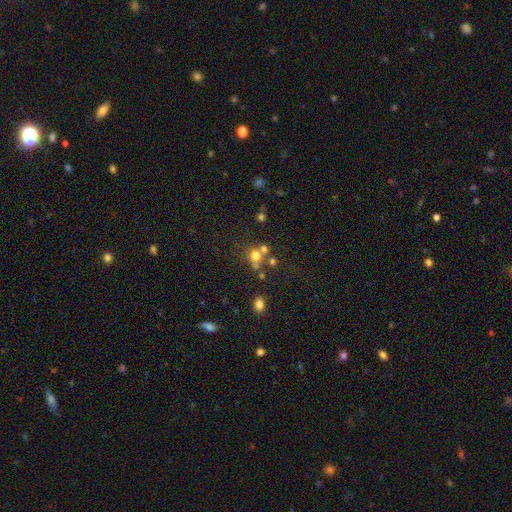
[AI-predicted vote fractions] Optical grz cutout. It shows a smooth galaxy with no disk features (67%) that is round (74%). Merging: none (43%).